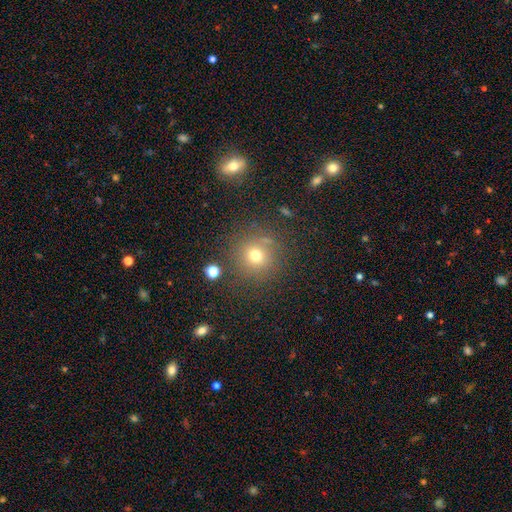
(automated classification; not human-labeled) A smooth galaxy with no disk features (71%) that is round (93%). Merging: none (82%).